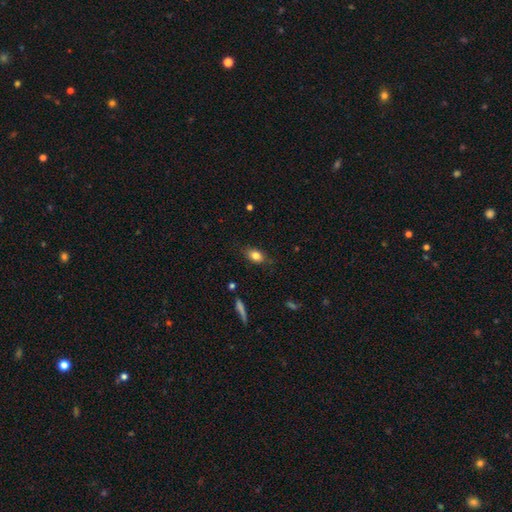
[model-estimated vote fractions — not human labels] This appears to be a smooth galaxy with no disk features (81%) that is in between round and cigar-shaped (82%). Merging: none (80%).